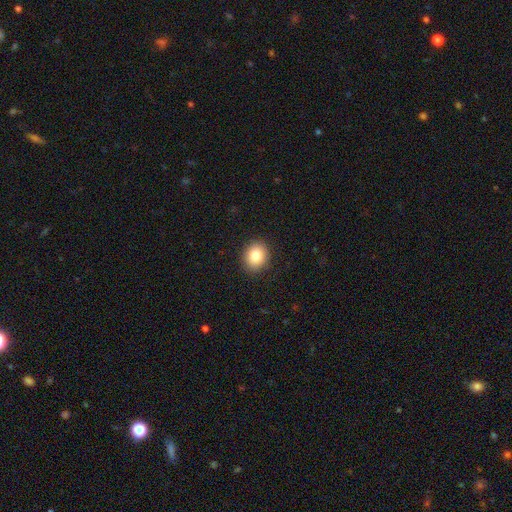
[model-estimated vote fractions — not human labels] A smooth galaxy with no disk features (83%) that is round (62%).

Vote fractions:
- Smooth or featured? smooth: 83% / star or artifact: 9% / featured or disk: 8%
- How rounded? round: 62% / in between: 37% / cigar-shaped: 1%
- Merging? none: 90% / minor disturbance: 7% / major disturbance: 2% / merger: 1%